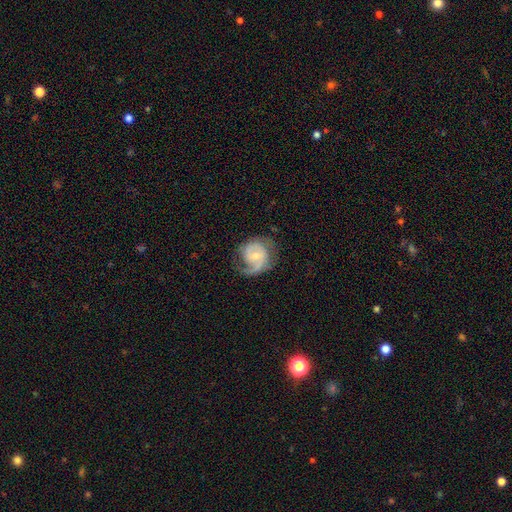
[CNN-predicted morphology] smooth_or_featured: featured or disk (p=0.81) [alt: smooth p=0.14]
disk_edge_on: no (p=0.98) [alt: yes p=0.02]
bar: no (p=0.47) [alt: weak p=0.43]
has_spiral_arms: yes (p=0.94) [alt: no p=0.06]
spiral_winding: medium (p=0.46) [alt: tight p=0.34]
spiral_arm_count: 2 (p=0.57) [alt: 1 p=0.30]
bulge_size: small (p=0.56) [alt: moderate p=0.38]
merging: none (p=0.61) [alt: minor disturbance p=0.21]